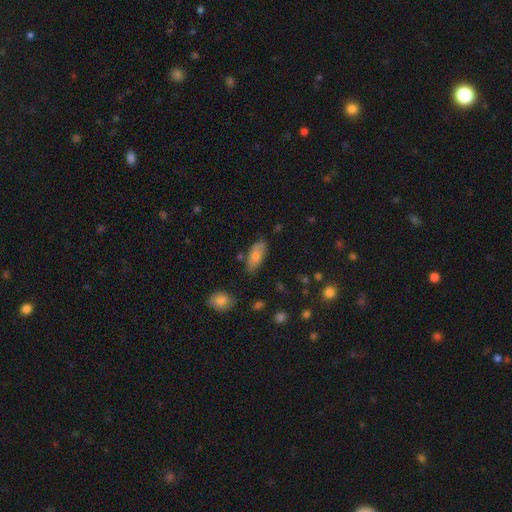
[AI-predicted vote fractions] smooth 79%, featured or disk 14%, star or artifact 7%. Down the decision tree: how rounded — in between (86%); merging — none (69%).